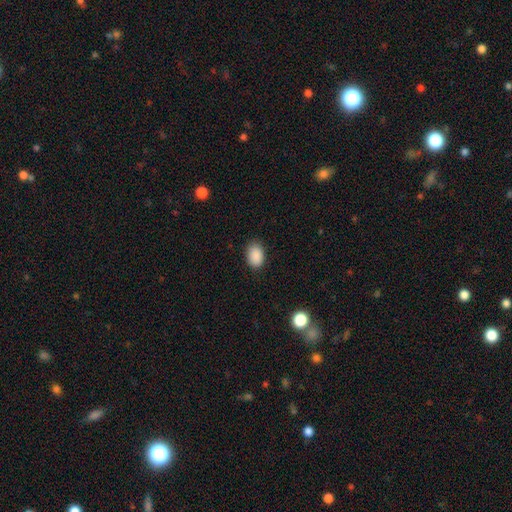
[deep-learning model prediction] A smooth galaxy with no disk features (89%) that is in between round and cigar-shaped (82%). Merging: none (85%).